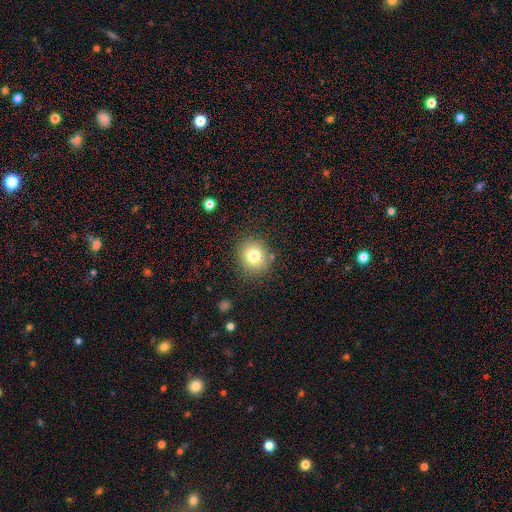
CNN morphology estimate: This is likely a smooth galaxy (78%). How rounded: clearly round (82%). Merging: clearly none (84%).